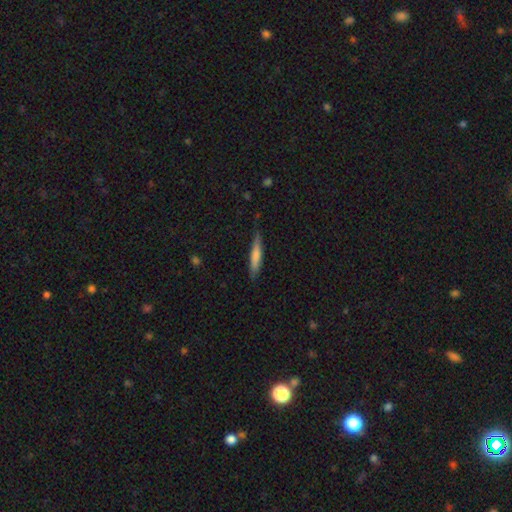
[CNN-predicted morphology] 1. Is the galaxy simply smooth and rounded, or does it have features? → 70% smooth, 24% featured or disk, 6% star or artifact.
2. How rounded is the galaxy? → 89% cigar-shaped, 9% in between, 1% round.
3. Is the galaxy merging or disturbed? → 78% none, 18% minor disturbance, 3% major disturbance, 1% merger.